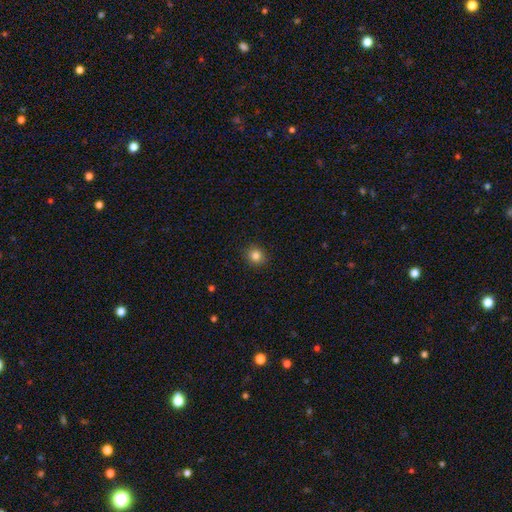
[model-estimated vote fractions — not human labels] Q: Smooth or featured?
A: smooth (83%); runner-up: star or artifact (11%)
Q: How rounded?
A: round (82%); runner-up: in between (17%)
Q: Merging?
A: none (90%); runner-up: minor disturbance (7%)